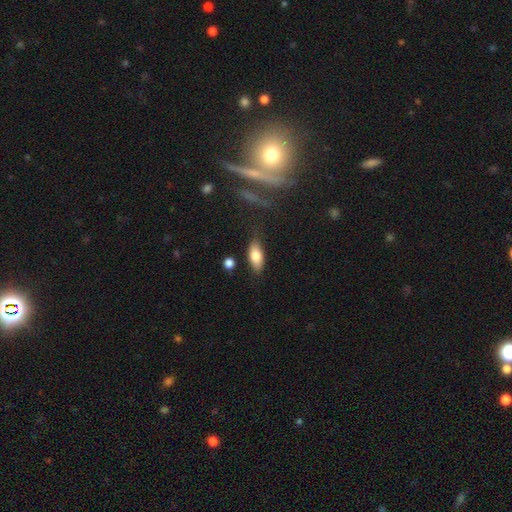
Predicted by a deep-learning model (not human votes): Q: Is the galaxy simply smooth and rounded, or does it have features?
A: smooth — 78%.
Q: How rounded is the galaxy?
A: in between — 81%.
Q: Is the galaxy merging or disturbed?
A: none — 74%.